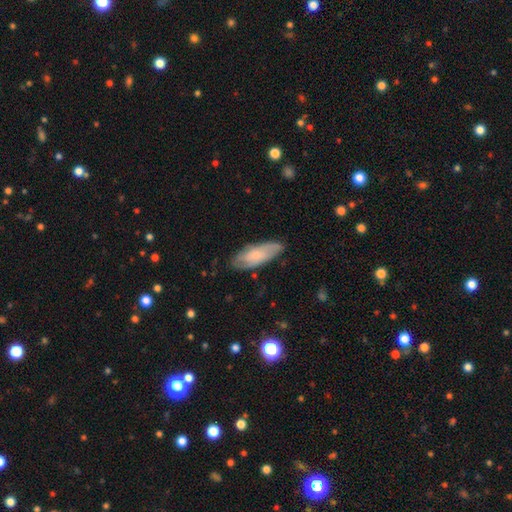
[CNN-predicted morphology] A smooth galaxy with no disk features (61%) that is in between round and cigar-shaped (71%).

Vote fractions:
- Smooth or featured? smooth: 61% / featured or disk: 33% / star or artifact: 6%
- How rounded? in between: 71% / cigar-shaped: 27% / round: 2%
- Merging? none: 76% / minor disturbance: 19% / major disturbance: 4% / merger: 1%